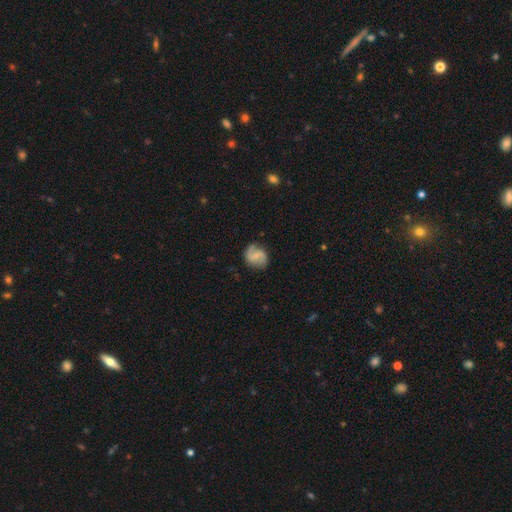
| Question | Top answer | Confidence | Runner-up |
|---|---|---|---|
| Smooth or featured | featured or disk | 62% | smooth (35%) |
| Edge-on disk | no | 100% | — |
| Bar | weak | 48% | strong (30%) |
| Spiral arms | yes | 96% | no (4%) |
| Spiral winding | medium | 59% | loose (32%) |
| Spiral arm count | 2 | 91% | can't tell (9%) |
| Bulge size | none | 57% | small (35%) |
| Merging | none | 89% | minor disturbance (11%) |